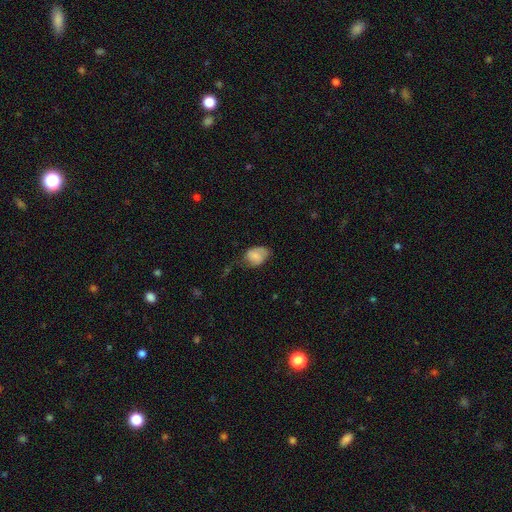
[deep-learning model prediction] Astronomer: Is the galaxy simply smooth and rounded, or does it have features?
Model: smooth — 72%.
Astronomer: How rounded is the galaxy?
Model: in between — 72%.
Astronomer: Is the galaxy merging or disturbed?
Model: none — 43% (runner-up: minor disturbance, 39%).